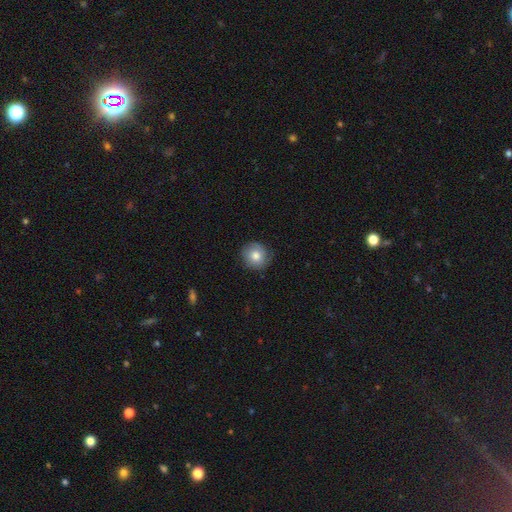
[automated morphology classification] smooth-or-featured: smooth: 74% | featured or disk: 18% | star or artifact: 8%
  how-rounded: round: 89% | in between: 10% | cigar-shaped: 1%
  merging: none: 79% | minor disturbance: 16% | major disturbance: 4% | merger: 1%